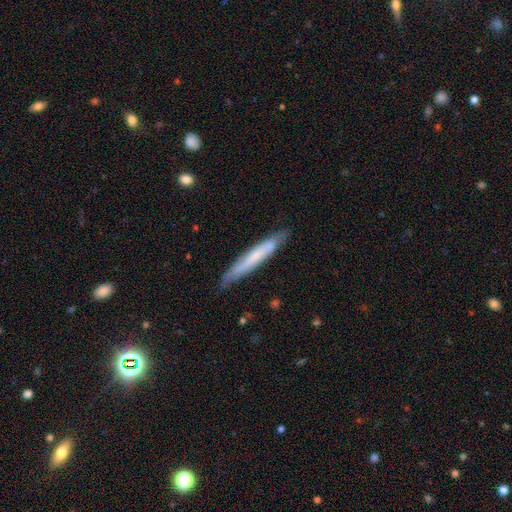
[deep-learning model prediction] The model was most divided on "smooth or featured": smooth: 52%, featured or disk: 42%, star or artifact: 6%. More confident: how rounded — cigar-shaped (94%); merging — none (82%).